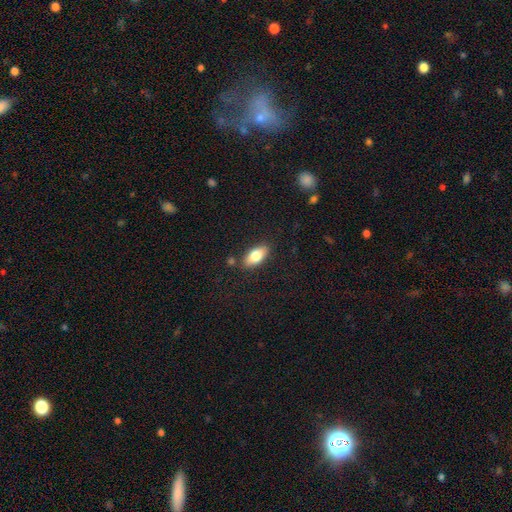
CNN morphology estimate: Smooth or featured?
  - smooth: 76% *
  - featured or disk: 18%
  - star or artifact: 7%
How rounded?
  - in between: 87% *
  - cigar-shaped: 10%
  - round: 4%
Merging?
  - none: 84% *
  - minor disturbance: 11%
  - merger: 3%
  - major disturbance: 2%